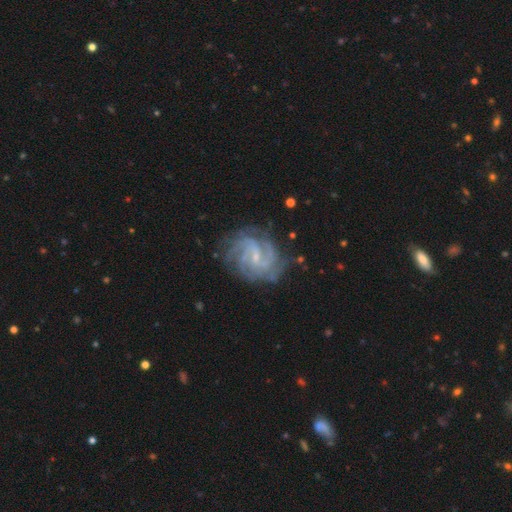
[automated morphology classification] Smooth or featured?
  - featured or disk: 89% *
  - star or artifact: 6%
  - smooth: 5%
Edge-on disk?
  - no: 98% *
  - yes: 2%
Bar?
  - weak: 54% *
  - no: 29%
  - strong: 16%
Spiral arms?
  - yes: 98% *
  - no: 2%
Spiral winding?
  - tight: 52% *
  - medium: 40%
  - loose: 8%
Spiral arm count?
  - 3: 23% *
  - can't tell: 21%
  - 2: 21%
  - 4: 19%
  - more than 4: 9%
  - 1: 7%
Bulge size?
  - small: 74% *
  - moderate: 15%
  - none: 10%
  - large: 1%
  - dominant: 1%
Merging?
  - none: 77% *
  - minor disturbance: 15%
  - major disturbance: 6%
  - merger: 2%